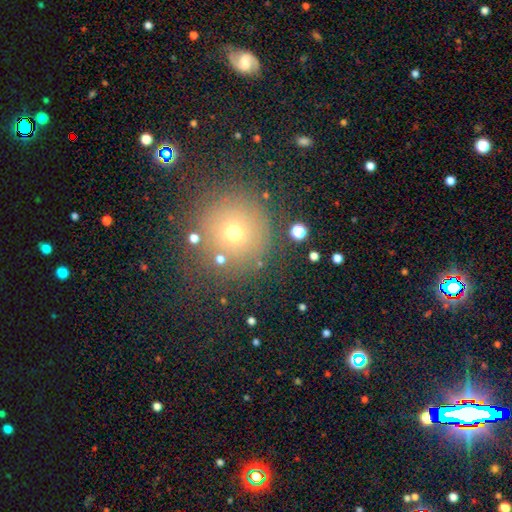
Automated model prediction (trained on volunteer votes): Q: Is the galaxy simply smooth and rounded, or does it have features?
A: smooth — 61%.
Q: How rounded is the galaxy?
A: round — 94%.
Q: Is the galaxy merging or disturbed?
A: none — 82%.